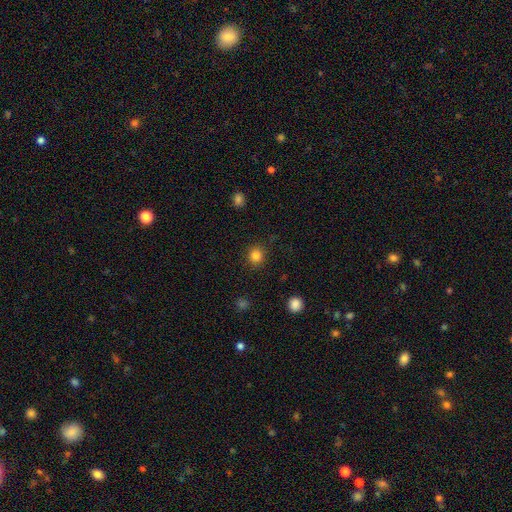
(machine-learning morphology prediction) The model was most divided on "smooth or featured": smooth: 83%, star or artifact: 12%, featured or disk: 5%. More confident: how rounded — round (91%); merging — none (89%).